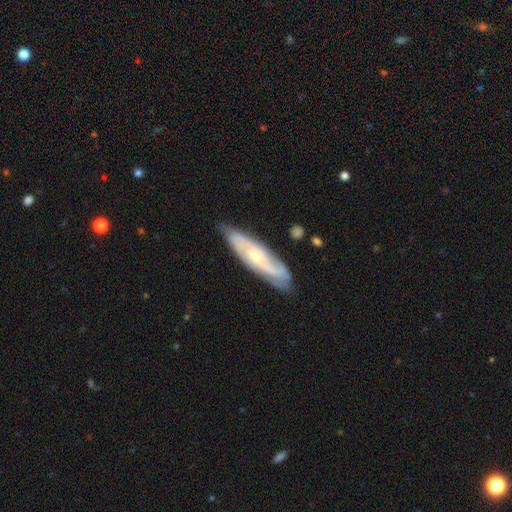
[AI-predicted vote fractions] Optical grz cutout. It shows a featured or disk galaxy (73%) with no bar (62%), 2 (48%) tight (44%) spiral arms (91%) and a small central bulge (55%). Merging: none (76%).